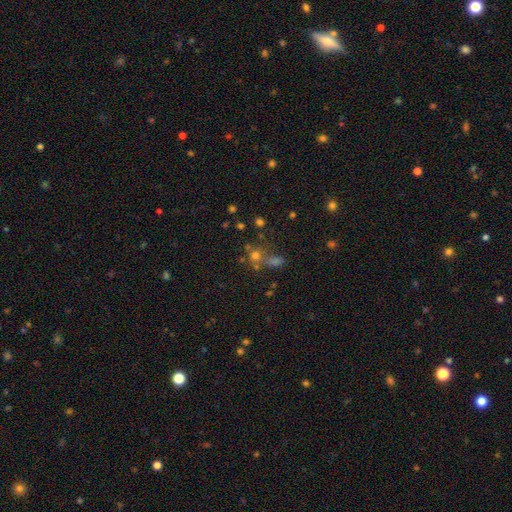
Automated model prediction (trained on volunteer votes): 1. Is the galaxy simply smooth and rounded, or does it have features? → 48% smooth, 38% star or artifact, 14% featured or disk.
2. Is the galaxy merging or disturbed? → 53% none, 32% merger, 9% minor disturbance, 6% major disturbance.